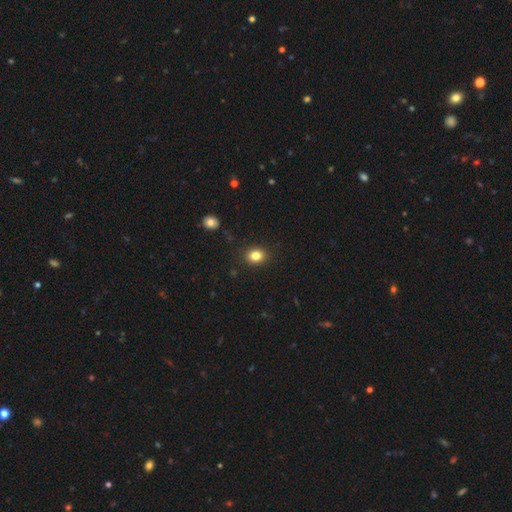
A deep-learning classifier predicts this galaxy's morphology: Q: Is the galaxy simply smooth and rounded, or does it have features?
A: smooth — 83%.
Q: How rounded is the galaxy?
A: round — 58%.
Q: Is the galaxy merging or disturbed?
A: none — 89%.